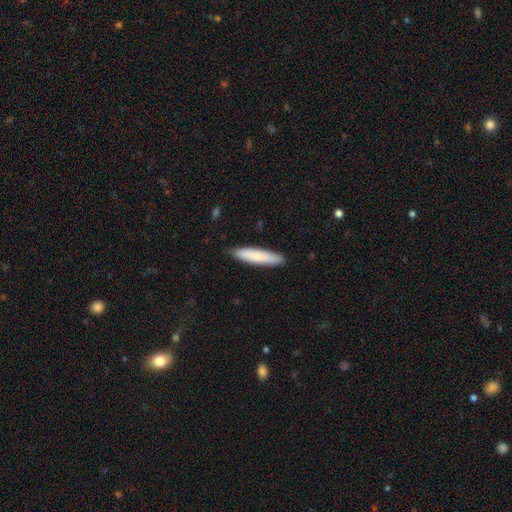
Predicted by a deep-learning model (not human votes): Overall: smooth (82%). How rounded: cigar-shaped (85%). Merging: none (89%).